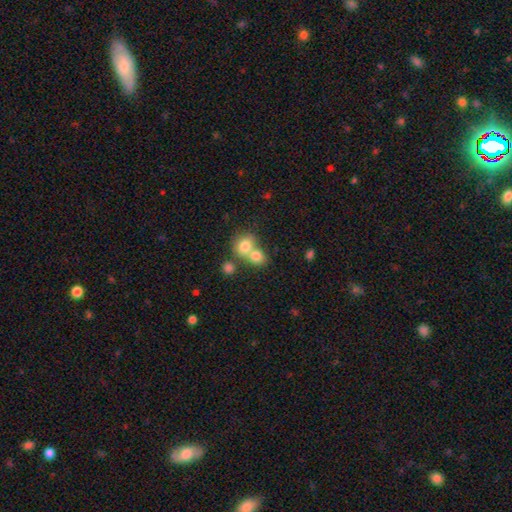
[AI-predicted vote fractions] Smooth or featured?
  - smooth: 77% *
  - featured or disk: 13%
  - star or artifact: 10%
How rounded?
  - round: 62% *
  - in between: 37%
  - cigar-shaped: 1%
Merging?
  - merger: 61% *
  - none: 30%
  - minor disturbance: 6%
  - major disturbance: 3%